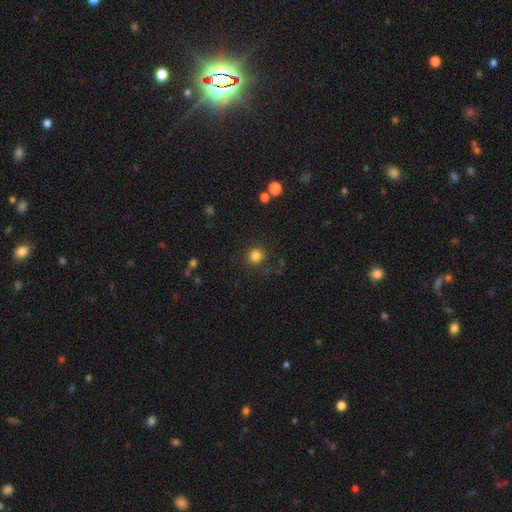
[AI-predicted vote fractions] This appears to be a smooth galaxy with no disk features (82%) that is round (92%). Merging: none (85%).